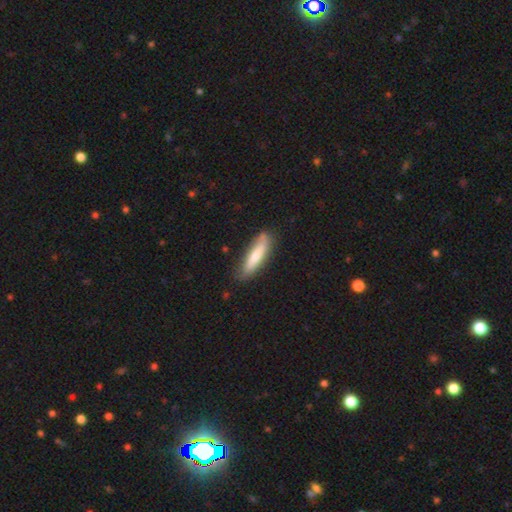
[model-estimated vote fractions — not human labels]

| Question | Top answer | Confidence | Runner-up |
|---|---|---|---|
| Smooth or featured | smooth | 70% | featured or disk (25%) |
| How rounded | cigar-shaped | 74% | in between (25%) |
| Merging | none | 79% | minor disturbance (16%) |